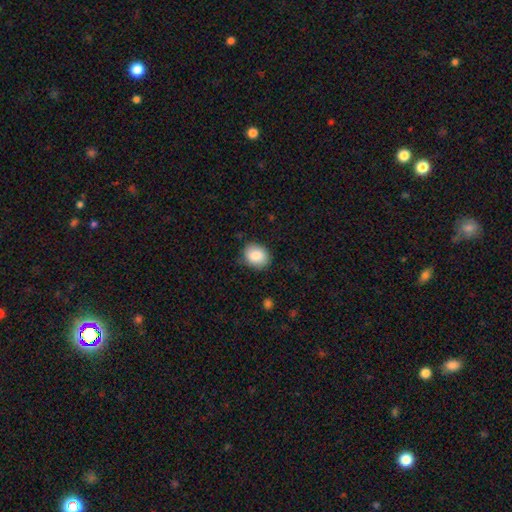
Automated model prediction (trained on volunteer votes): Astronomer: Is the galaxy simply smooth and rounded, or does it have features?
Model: smooth — 86%.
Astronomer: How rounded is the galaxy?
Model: round — 50%, tied with in between at 50%.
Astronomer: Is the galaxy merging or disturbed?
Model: none — 81%.